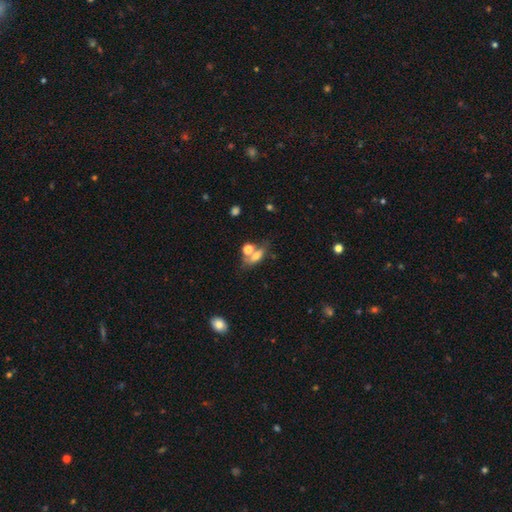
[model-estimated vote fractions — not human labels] A smooth galaxy with no disk features (63%) that is in between round and cigar-shaped (66%). Merging: none (46%).